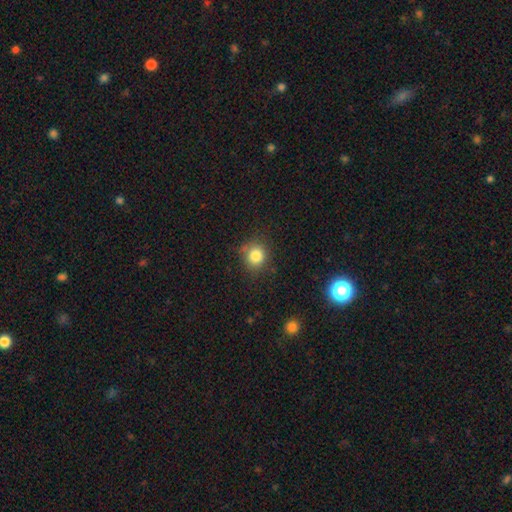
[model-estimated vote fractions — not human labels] This appears to be a smooth galaxy with no disk features (82%) that is round (83%). Merging: none (78%).